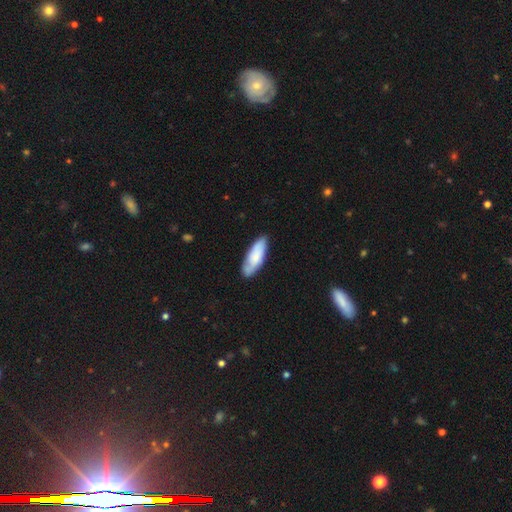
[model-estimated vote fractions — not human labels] Smooth or featured: smooth — 66% (featured or disk — 29%)
How rounded: in between — 68% (cigar-shaped — 31%)
Merging: none — 77% (minor disturbance — 18%)